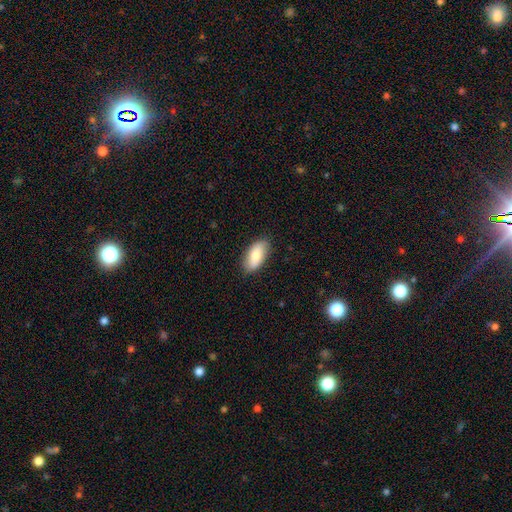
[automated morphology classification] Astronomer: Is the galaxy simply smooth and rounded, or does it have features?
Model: smooth — 79%.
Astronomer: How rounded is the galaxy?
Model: in between — 92%.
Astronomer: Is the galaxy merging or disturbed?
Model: none — 84%.